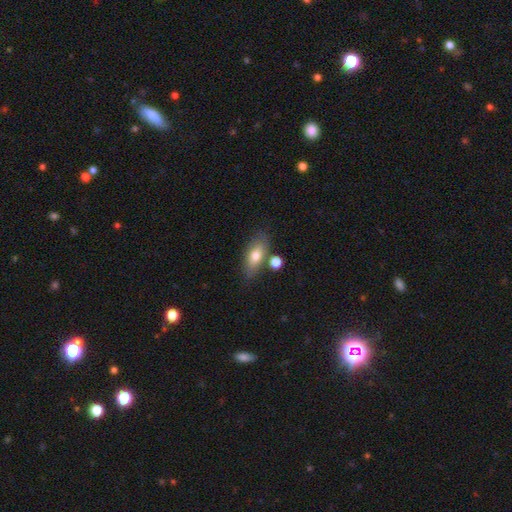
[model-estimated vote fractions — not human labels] smooth 72%, featured or disk 21%, star or artifact 7%. Down the decision tree: how rounded — in between (77%); merging — none (69%).